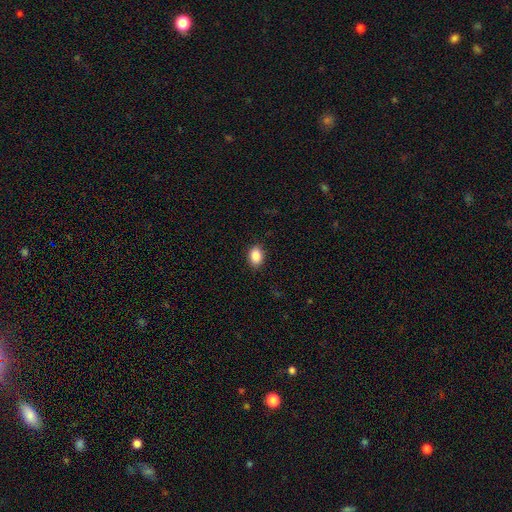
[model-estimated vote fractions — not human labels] This is clearly a smooth galaxy (88%). How rounded: clearly in between (81%). Merging: clearly none (88%).